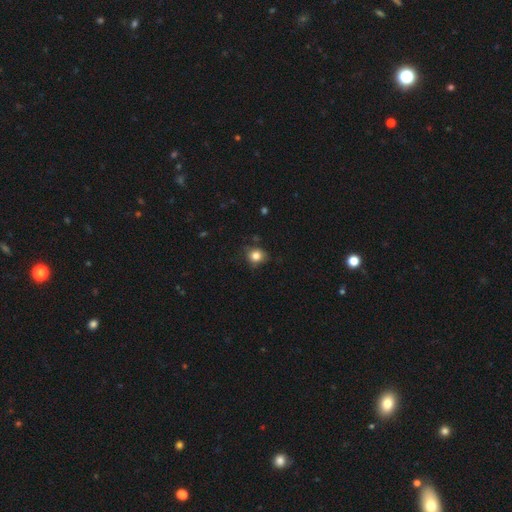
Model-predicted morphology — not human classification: The model was most divided on "merging": none: 74%, minor disturbance: 20%, major disturbance: 4%, merger: 2%. More confident: smooth or featured — smooth (81%); how rounded — round (78%).